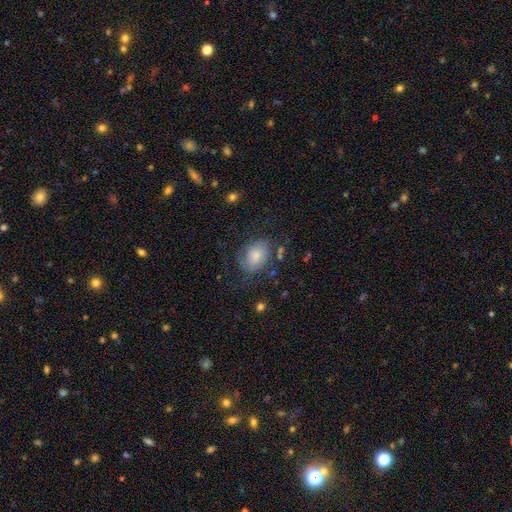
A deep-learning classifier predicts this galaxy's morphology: Smooth or featured?
  - smooth: 61% *
  - featured or disk: 31%
  - star or artifact: 8%
How rounded?
  - in between: 72% *
  - round: 27%
  - cigar-shaped: 1%
Merging?
  - none: 55% *
  - minor disturbance: 24%
  - major disturbance: 18%
  - merger: 3%